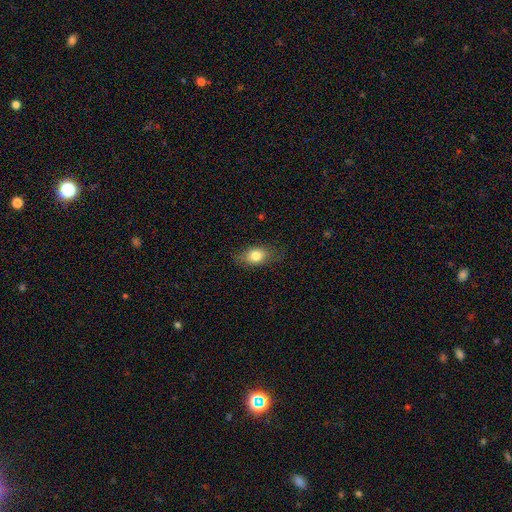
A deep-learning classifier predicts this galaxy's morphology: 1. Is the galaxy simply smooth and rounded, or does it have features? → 78% smooth, 13% featured or disk, 9% star or artifact.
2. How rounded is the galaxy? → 75% in between, 20% round, 5% cigar-shaped.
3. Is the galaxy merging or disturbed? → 77% none, 17% minor disturbance, 4% major disturbance, 1% merger.